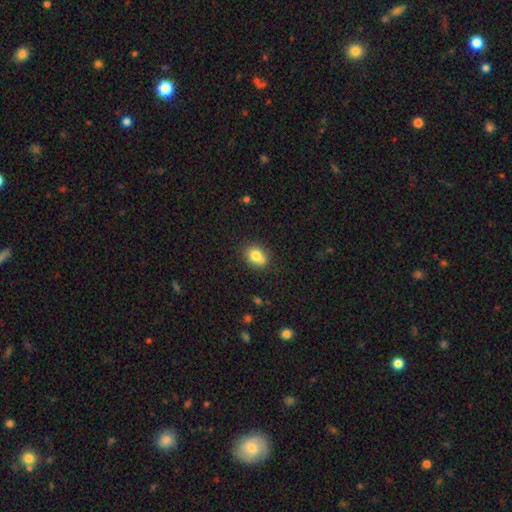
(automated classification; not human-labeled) Morphology: type=smooth (75%); roundness=round (59%); merging=none (52%).